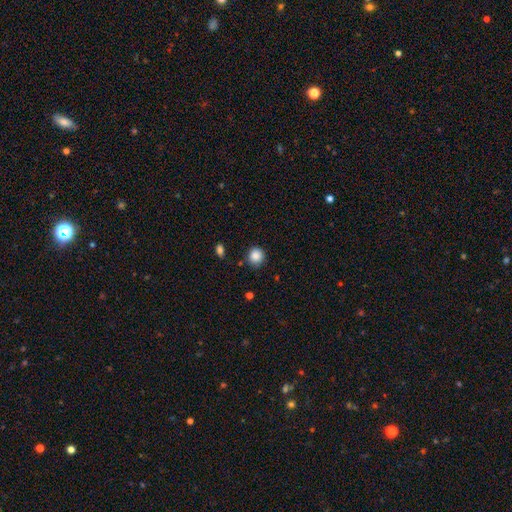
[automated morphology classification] Overall: smooth (87%). How rounded: round (89%). Merging: none (84%).